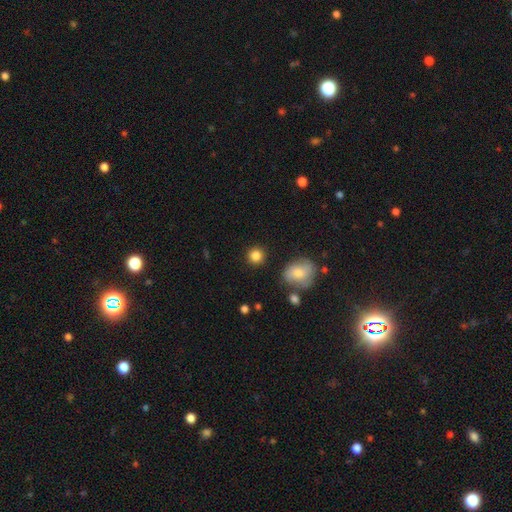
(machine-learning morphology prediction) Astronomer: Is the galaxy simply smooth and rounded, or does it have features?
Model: smooth — 86%.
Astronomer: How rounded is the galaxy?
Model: round — 92%.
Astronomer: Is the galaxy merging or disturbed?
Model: none — 88%.